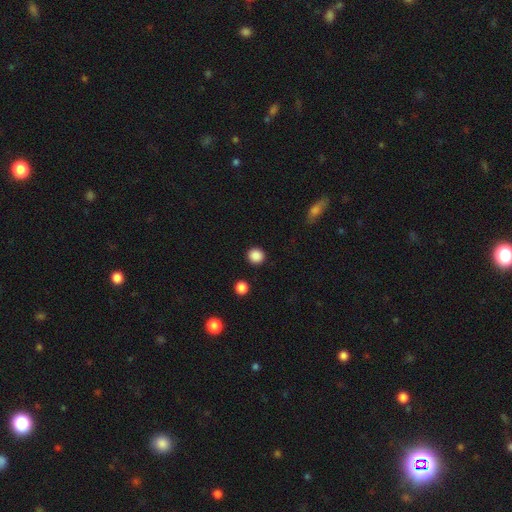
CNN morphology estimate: Overall: smooth (87%). How rounded: round (93%). Merging: none (91%).